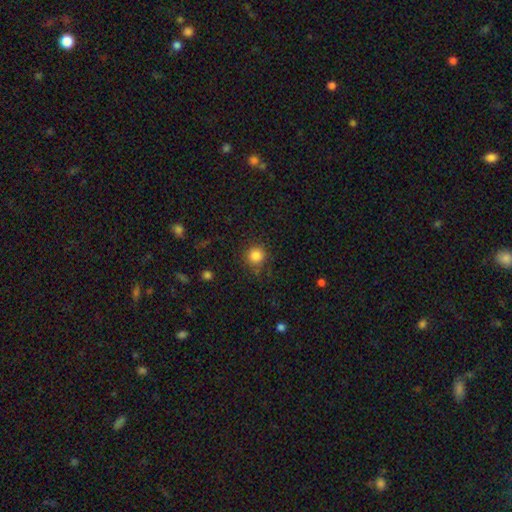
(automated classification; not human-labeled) The model was most divided on "smooth or featured": smooth: 84%, star or artifact: 11%, featured or disk: 5%. More confident: how rounded — round (93%); merging — none (84%).